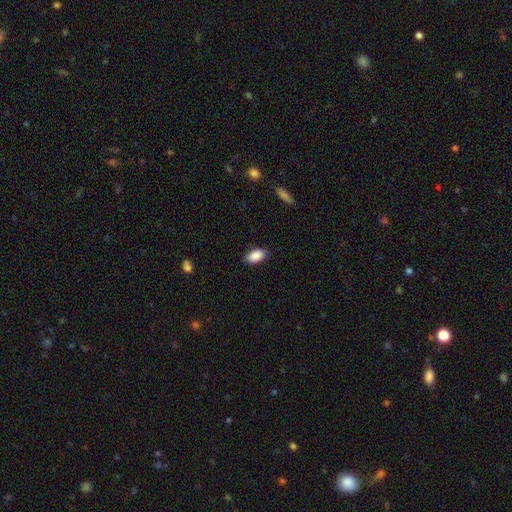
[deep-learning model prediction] Smooth or featured: smooth — 90% (star or artifact — 7%)
How rounded: in between — 93% (round — 5%)
Merging: none — 85% (minor disturbance — 12%)